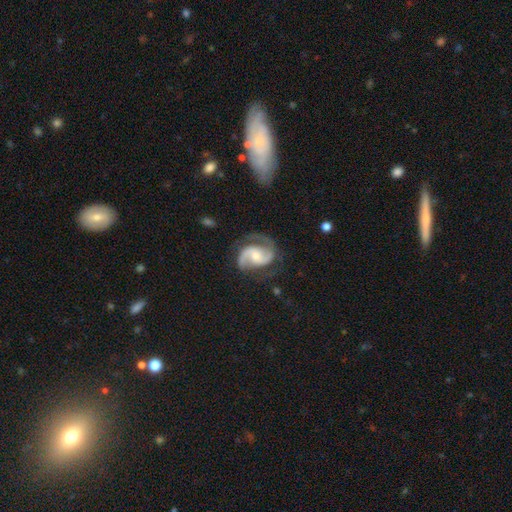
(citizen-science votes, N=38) Smooth or featured? featured or disk (89%)
Edge-on disk? no (97%)
Bar? no (70%)
Spiral arms? yes (97%)
Spiral winding? medium (62%)
Spiral arm count? 2 (94%)
Bulge size? small (61%)
Merging? none (63%)